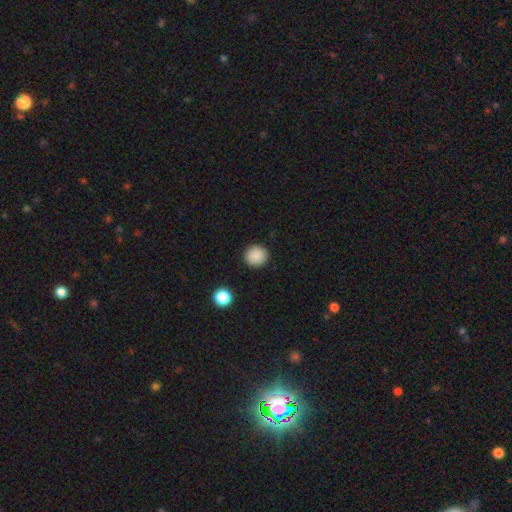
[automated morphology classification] Smooth or featured? Predicted: smooth (p=0.88). How rounded? Predicted: round (p=0.89). Merging? Predicted: none (p=0.91).